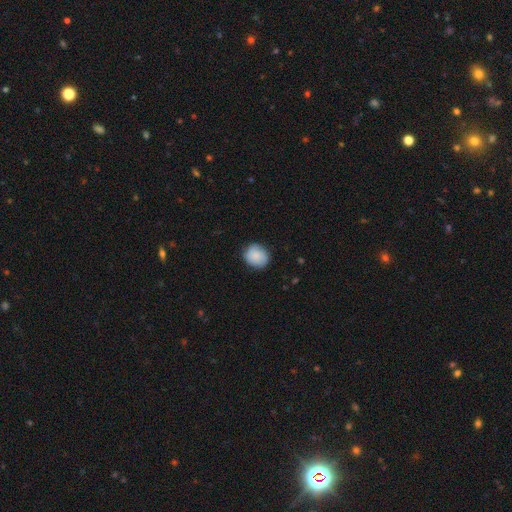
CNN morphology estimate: Smooth or featured: smooth — 81% (featured or disk — 12%)
How rounded: round — 74% (in between — 25%)
Merging: none — 81% (minor disturbance — 15%)